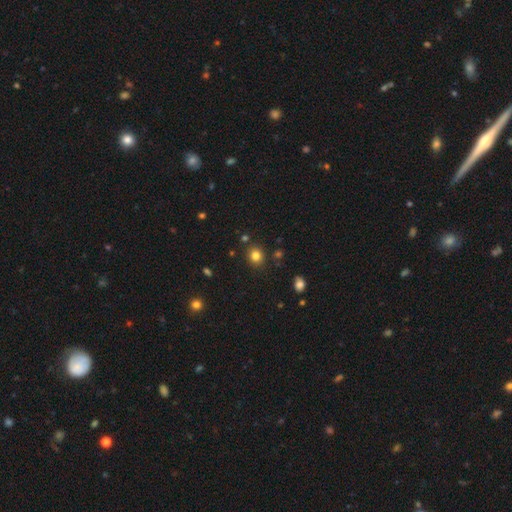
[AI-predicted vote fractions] This is clearly a smooth galaxy (81%). How rounded: likely round (78%). Merging: clearly none (87%).